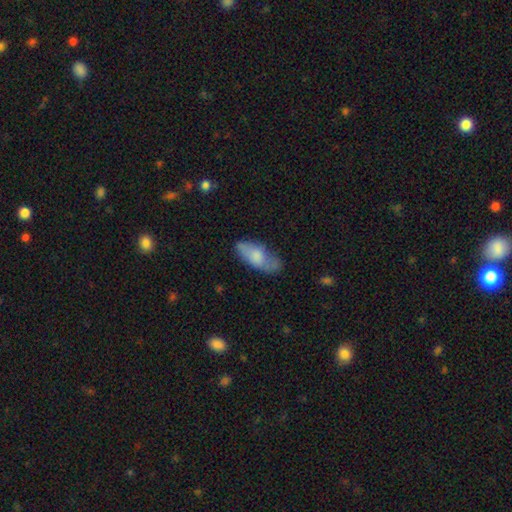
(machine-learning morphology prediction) type=smooth (69%); roundness=in between (81%); merging=none (57%).